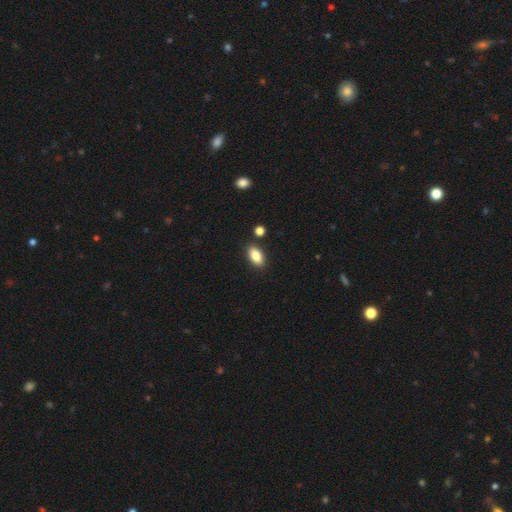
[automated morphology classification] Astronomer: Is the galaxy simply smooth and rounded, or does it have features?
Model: smooth — 84%.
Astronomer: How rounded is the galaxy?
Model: in between — 91%.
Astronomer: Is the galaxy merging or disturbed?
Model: none — 86%.